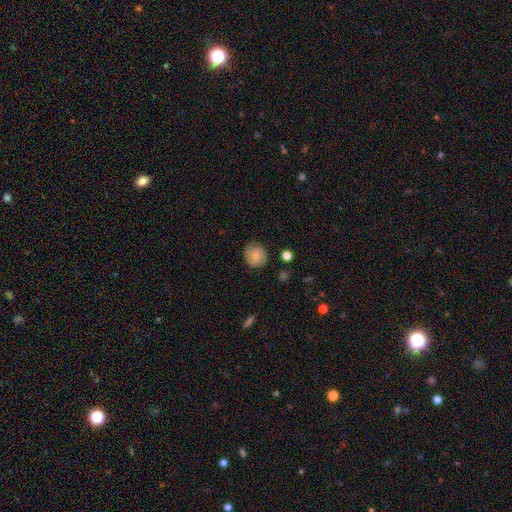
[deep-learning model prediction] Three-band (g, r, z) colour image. It shows a smooth galaxy with no disk features (75%) that is round (85%). Merging: none (79%).